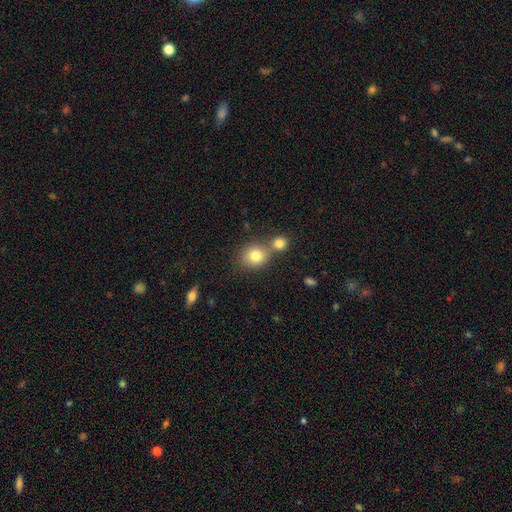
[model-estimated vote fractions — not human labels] Smooth or featured?
  - smooth: 80% *
  - star or artifact: 10%
  - featured or disk: 10%
How rounded?
  - round: 73% *
  - in between: 26%
  - cigar-shaped: 1%
Merging?
  - none: 48% *
  - merger: 40%
  - minor disturbance: 9%
  - major disturbance: 3%